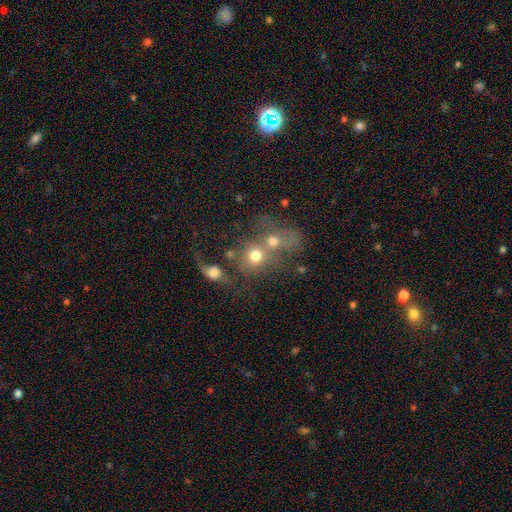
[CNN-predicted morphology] This is likely a smooth galaxy (64%). How rounded: likely round (74%). Merging: likely merger (61%).